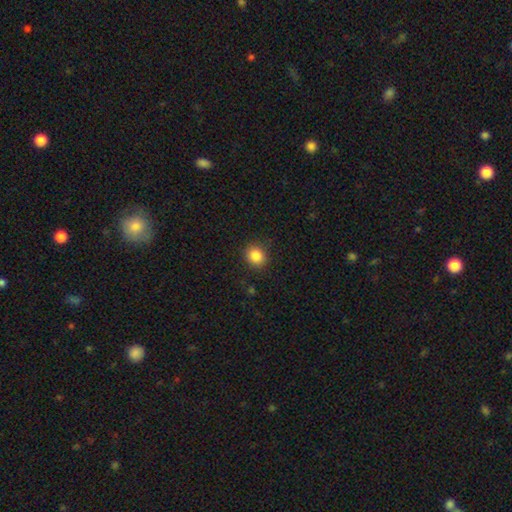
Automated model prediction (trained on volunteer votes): Morphology: type=smooth (86%); roundness=round (80%); merging=none (88%).